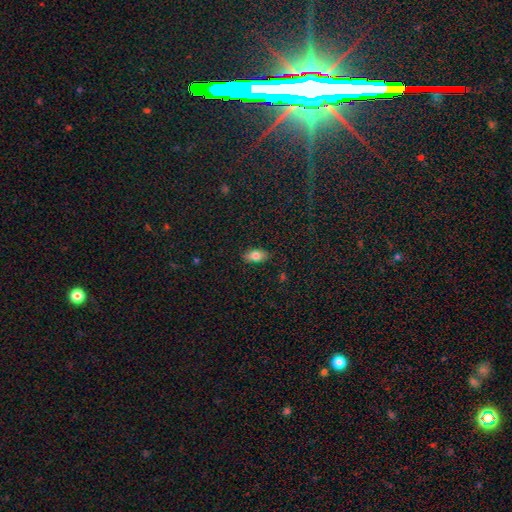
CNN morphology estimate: Smooth or featured?
  - smooth: 78% *
  - featured or disk: 13%
  - star or artifact: 8%
How rounded?
  - in between: 89% *
  - round: 6%
  - cigar-shaped: 5%
Merging?
  - none: 86% *
  - minor disturbance: 10%
  - major disturbance: 2%
  - merger: 1%